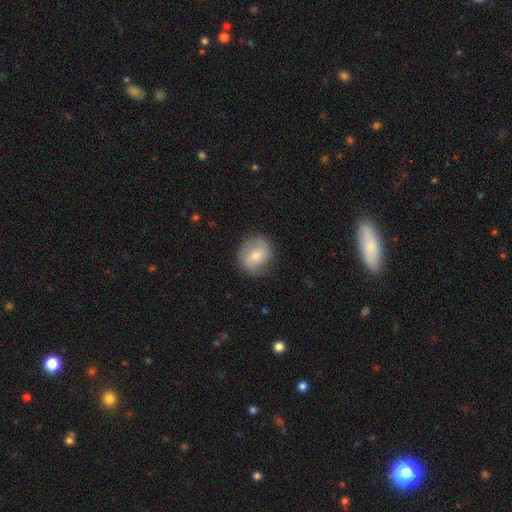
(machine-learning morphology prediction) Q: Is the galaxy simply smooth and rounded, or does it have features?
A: smooth — 50%.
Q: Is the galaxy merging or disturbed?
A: none — 81%.